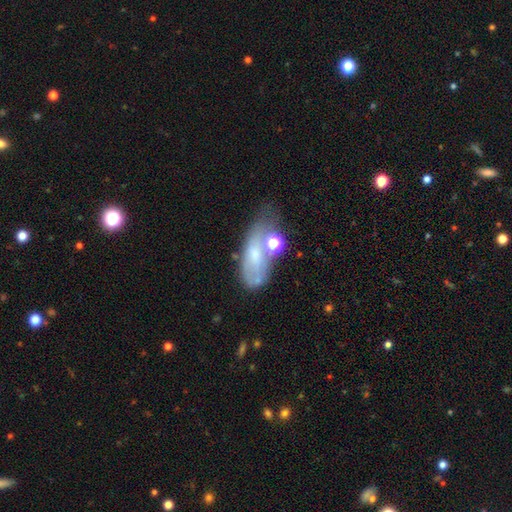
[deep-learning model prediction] smooth 46%, featured or disk 42%, star or artifact 12%. Down the decision tree: merging — none (34%).